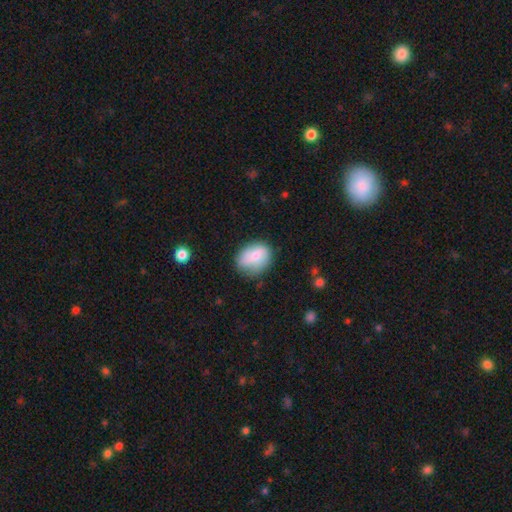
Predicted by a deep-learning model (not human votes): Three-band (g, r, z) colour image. It shows a smooth galaxy with no disk features (67%) that is in between round and cigar-shaped (56%). Merging: none (64%).